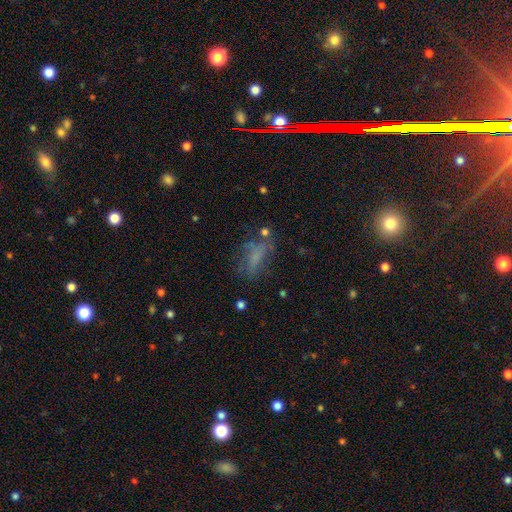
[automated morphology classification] smooth-or-featured: smooth: 53% | featured or disk: 28% | star or artifact: 19%
  how-rounded: in between: 68% | cigar-shaped: 25% | round: 7%
  merging: none: 48% | major disturbance: 23% | minor disturbance: 23% | merger: 6%